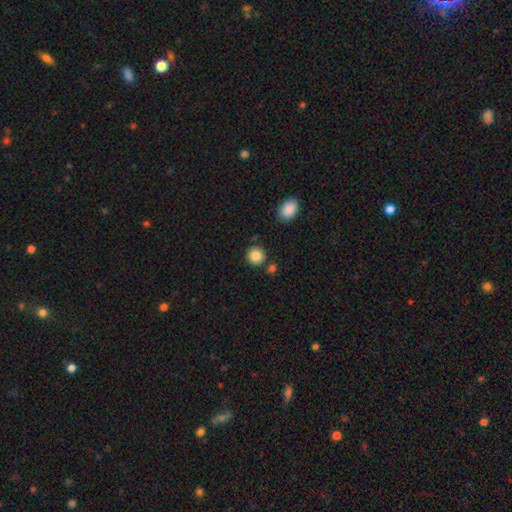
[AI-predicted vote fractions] Overall: smooth (85%). How rounded: round (90%). Merging: none (83%).